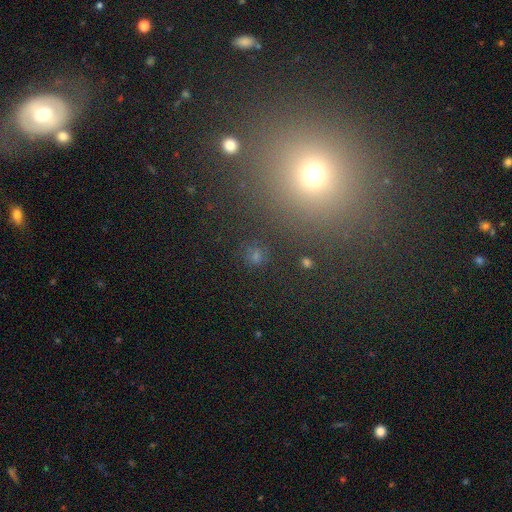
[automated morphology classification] smooth_or_featured: smooth (p=0.58) [alt: star or artifact p=0.34]
how_rounded: round (p=0.87) [alt: in between p=0.11]
merging: none (p=0.84) [alt: minor disturbance p=0.08]